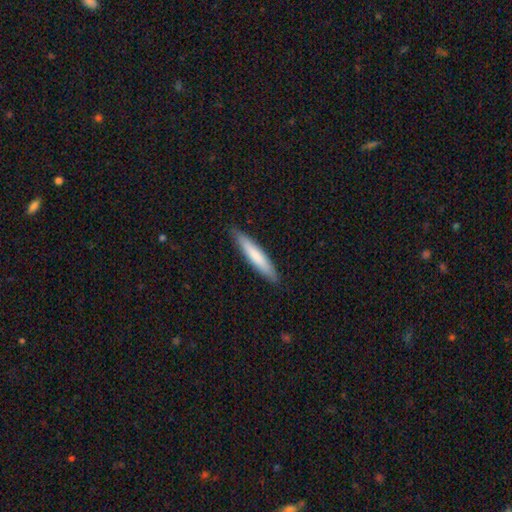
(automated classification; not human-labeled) smooth_or_featured: smooth (p=0.75) [alt: featured or disk p=0.20]
how_rounded: cigar-shaped (p=0.90) [alt: in between p=0.09]
merging: none (p=0.89) [alt: minor disturbance p=0.09]